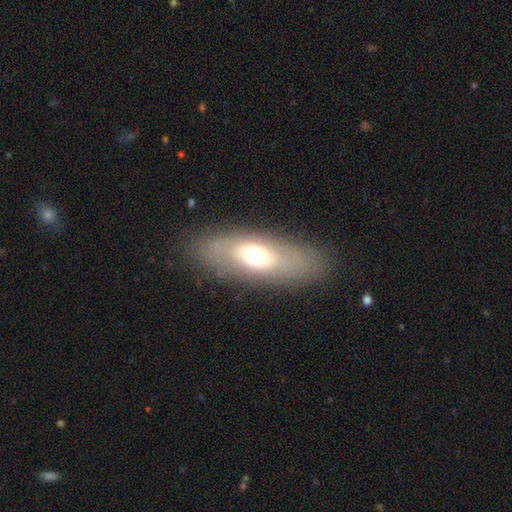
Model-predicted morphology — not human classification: smooth 53%, featured or disk 39%, star or artifact 8%. Down the decision tree: how rounded — in between (73%); merging — none (84%).